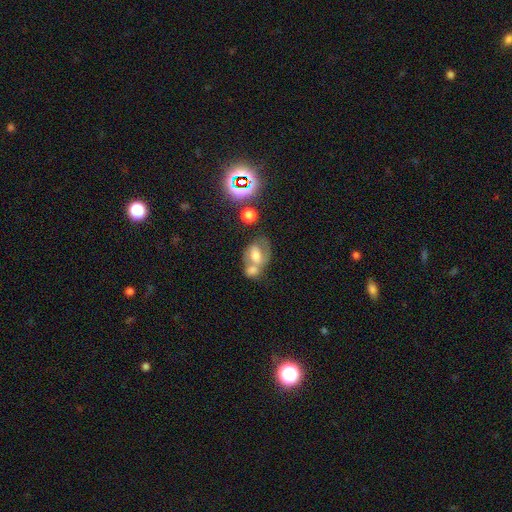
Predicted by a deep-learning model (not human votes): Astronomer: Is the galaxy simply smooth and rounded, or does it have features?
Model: featured or disk — 43%, tied with smooth at 43%.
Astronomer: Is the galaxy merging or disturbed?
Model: merger — 53%.